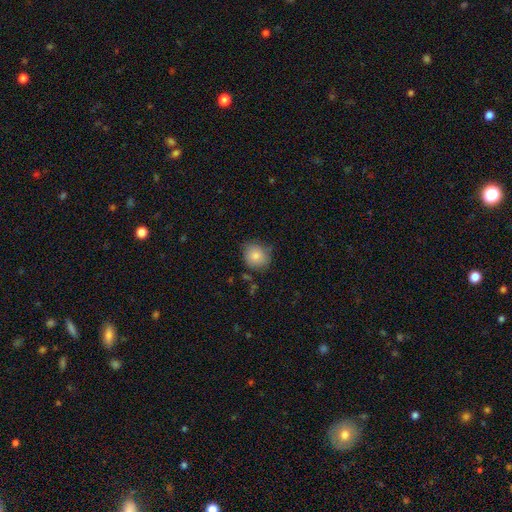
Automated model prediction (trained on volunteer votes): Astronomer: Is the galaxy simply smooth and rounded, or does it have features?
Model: smooth — 83%.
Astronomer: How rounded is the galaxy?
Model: round — 75%.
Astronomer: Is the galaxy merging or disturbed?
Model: none — 71%.